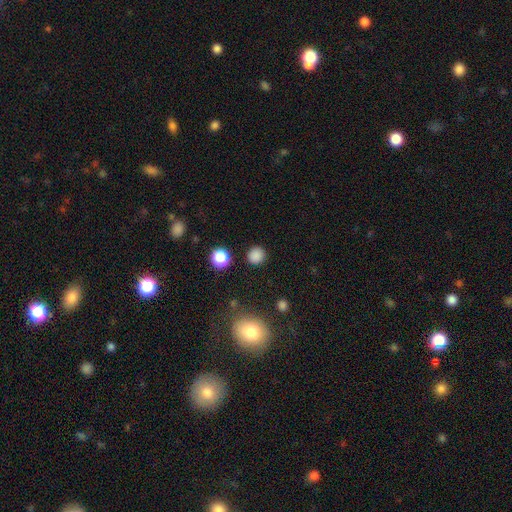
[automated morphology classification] A smooth galaxy with no disk features (82%) that is round (91%).

Vote fractions:
- Smooth or featured? smooth: 82% / star or artifact: 14% / featured or disk: 4%
- How rounded? round: 91% / in between: 8% / cigar-shaped: 1%
- Merging? none: 89% / minor disturbance: 7% / major disturbance: 3% / merger: 2%